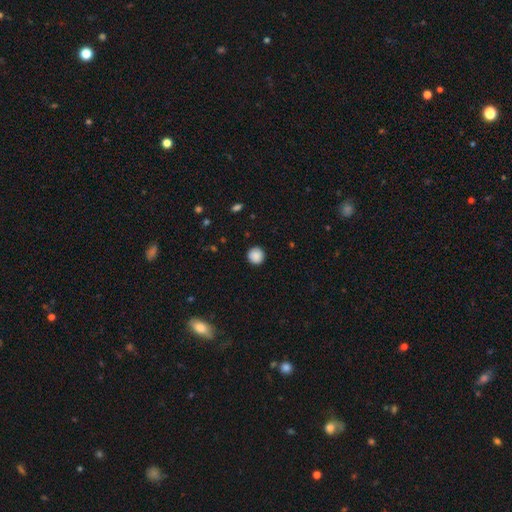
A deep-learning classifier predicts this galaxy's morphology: The model was most divided on "smooth or featured": smooth: 89%, star or artifact: 9%, featured or disk: 3%. More confident: how rounded — round (95%); merging — none (91%).